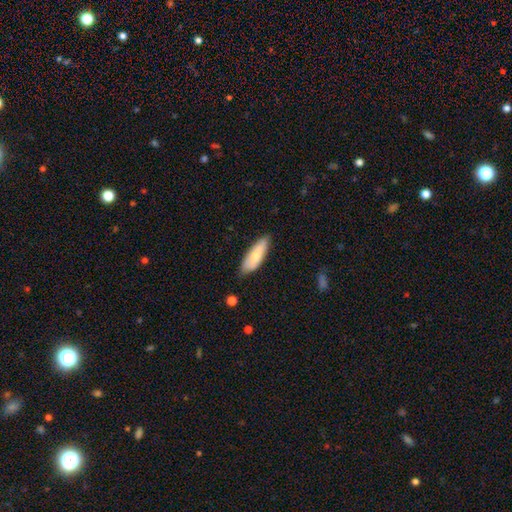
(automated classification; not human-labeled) Morphology: type=smooth (70%); roundness=in between (63%); merging=none (77%).